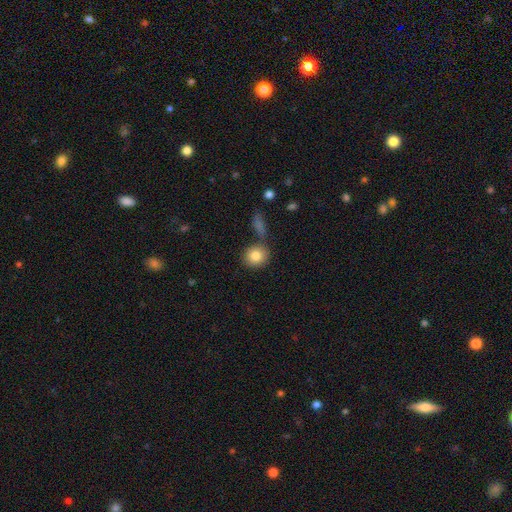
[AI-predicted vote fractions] This appears to be a smooth galaxy with no disk features (83%) that is round (83%). Merging: none (72%).